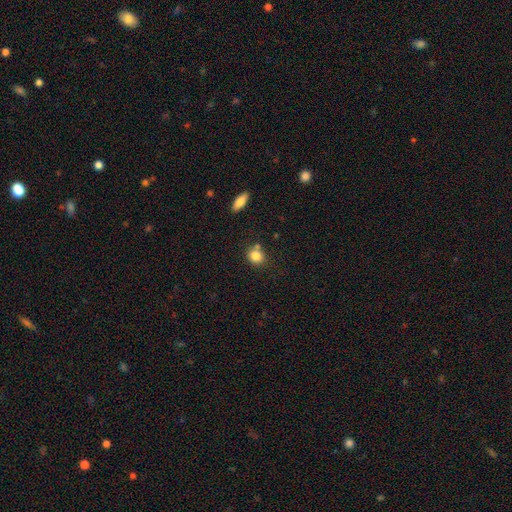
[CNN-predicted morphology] smooth-or-featured: smooth: 83% | star or artifact: 10% | featured or disk: 7%
  how-rounded: round: 74% | in between: 24% | cigar-shaped: 1%
  merging: none: 69% | merger: 16% | minor disturbance: 12% | major disturbance: 3%